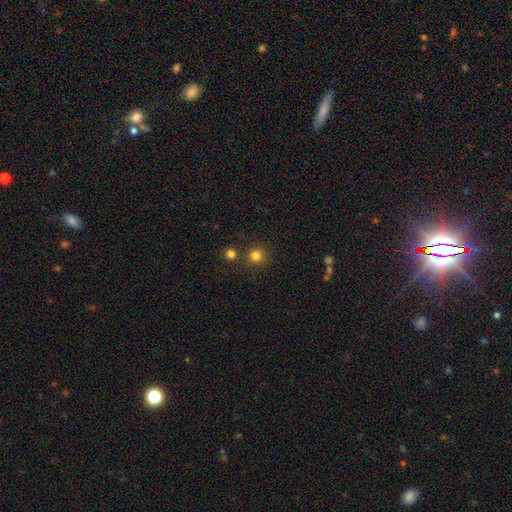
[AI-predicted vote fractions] Morphology: type=smooth (80%); roundness=round (92%); merging=none (79%).